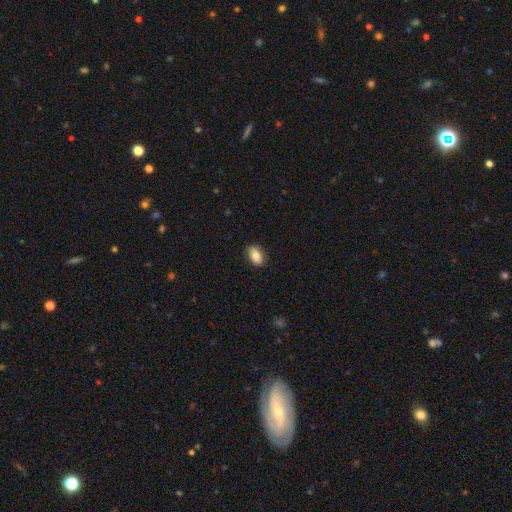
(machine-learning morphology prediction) This appears to be a smooth galaxy with no disk features (83%) that is in between round and cigar-shaped (90%). Merging: none (86%).